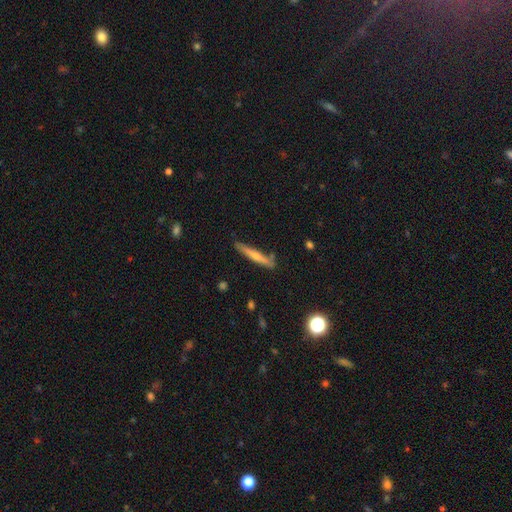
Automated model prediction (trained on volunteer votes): Smooth or featured? featured or disk (51%)
Edge-on disk? yes (93%)
Merging? none (78%)